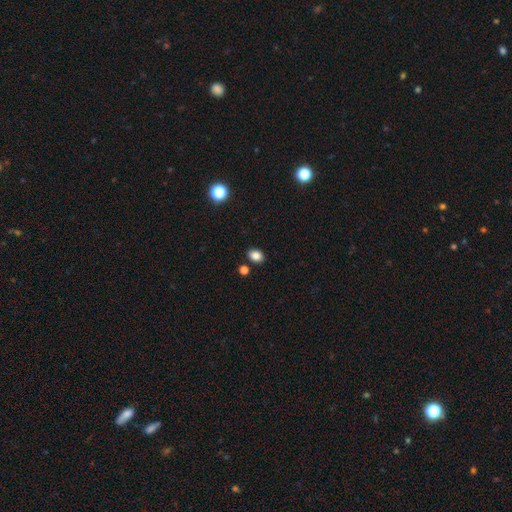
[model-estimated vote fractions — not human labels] The model was most divided on "how rounded": in between: 65%, round: 34%, cigar-shaped: 1%. More confident: merging — none (85%); smooth or featured — smooth (84%).